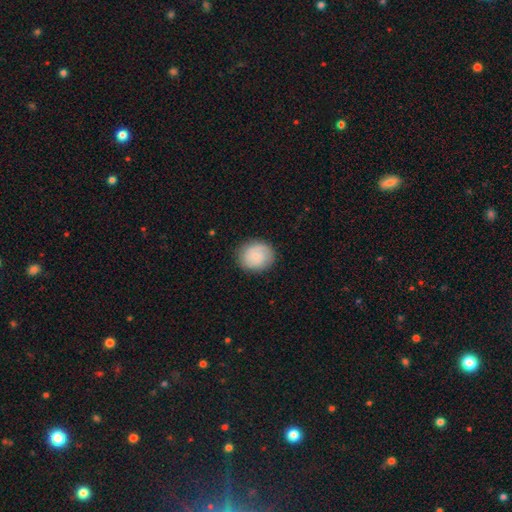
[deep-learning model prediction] The model was most divided on "smooth or featured": smooth: 66%, featured or disk: 27%, star or artifact: 8%. More confident: merging — none (84%); how rounded — round (73%).